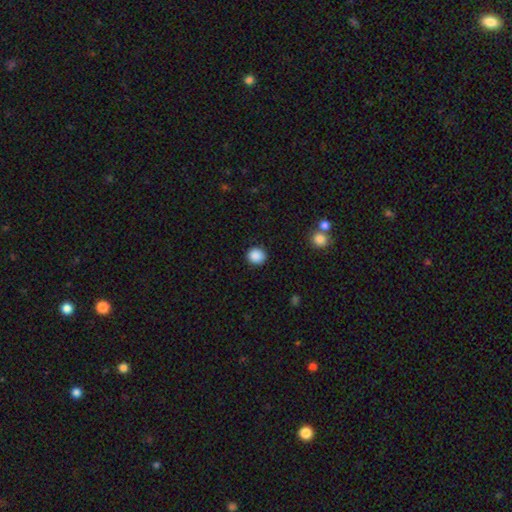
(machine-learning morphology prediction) Smooth or featured? smooth (89%)
How rounded? round (85%)
Merging? none (90%)